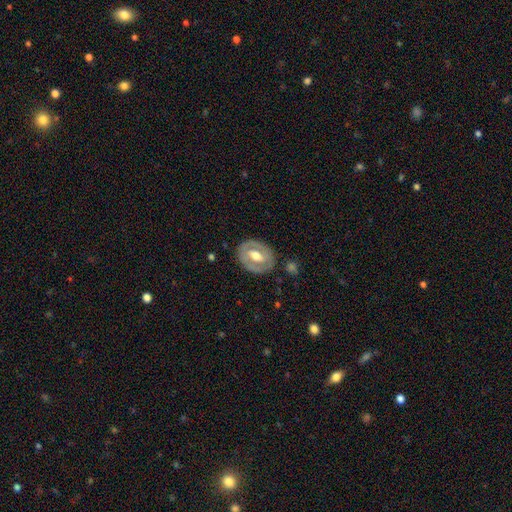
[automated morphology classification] Overall: featured or disk (65%; smooth 30%). Edge-on disk: no (95%). Bar: no (39%; weak 38%). Spiral arms: no (66%; yes 34%). Bulge size: moderate (68%). Merging: none (81%).